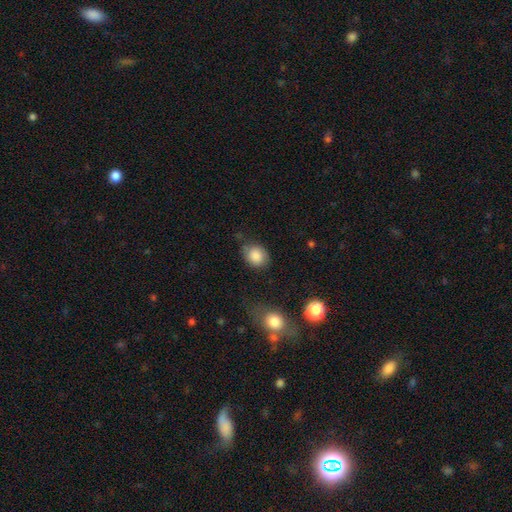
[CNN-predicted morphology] Q: Smooth or featured?
A: smooth (82%); runner-up: featured or disk (10%)
Q: How rounded?
A: round (58%); runner-up: in between (41%)
Q: Merging?
A: none (64%); runner-up: minor disturbance (24%)